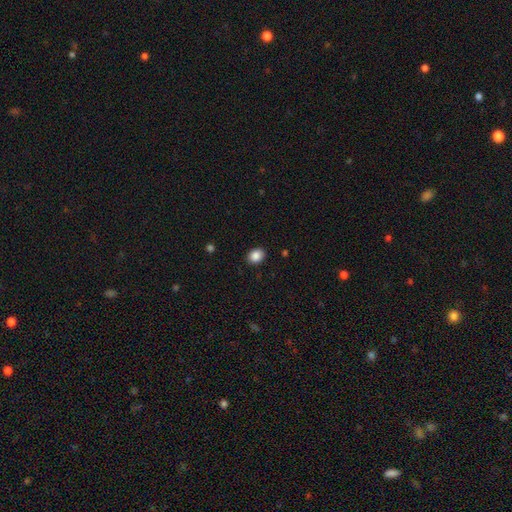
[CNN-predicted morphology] The model was most divided on "how rounded": in between: 56%, round: 43%, cigar-shaped: 1%. More confident: merging — none (90%); smooth or featured — smooth (88%).